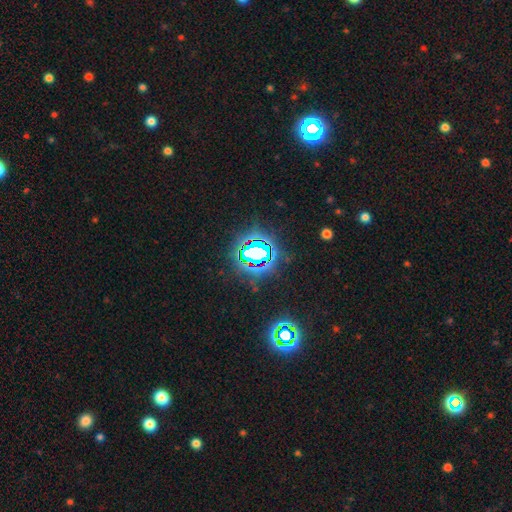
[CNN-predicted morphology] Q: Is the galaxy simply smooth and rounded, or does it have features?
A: star or artifact — 73%.